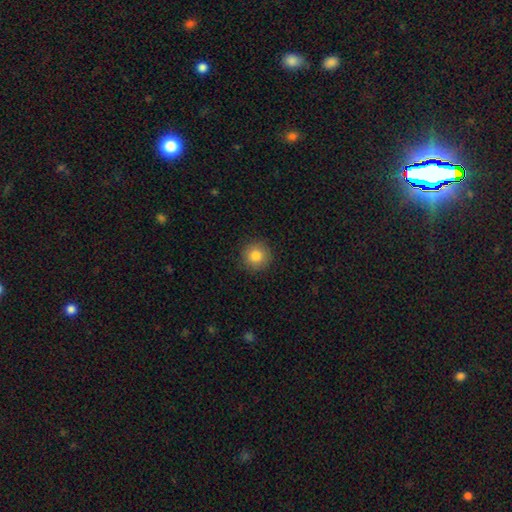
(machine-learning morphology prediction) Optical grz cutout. It shows a smooth galaxy with no disk features (83%) that is round (95%). Merging: none (91%).